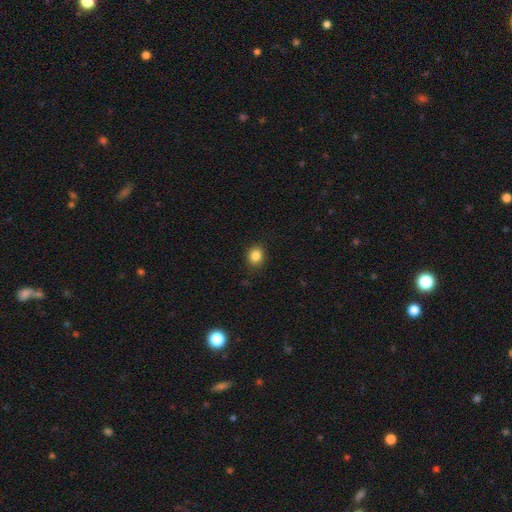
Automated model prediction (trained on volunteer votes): smooth-or-featured: smooth: 85% | star or artifact: 11% | featured or disk: 4%
  how-rounded: round: 72% | in between: 27% | cigar-shaped: 1%
  merging: none: 89% | minor disturbance: 8% | major disturbance: 2% | merger: 1%